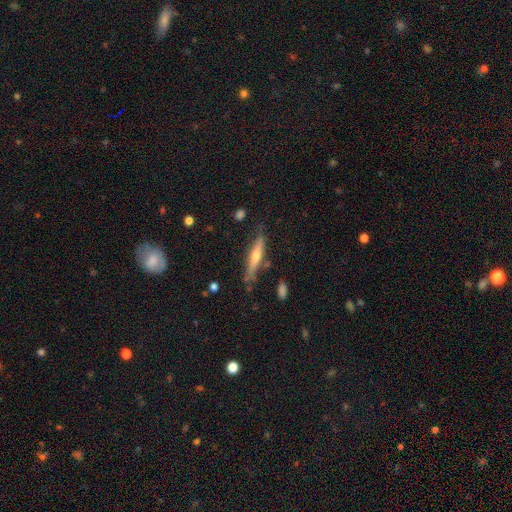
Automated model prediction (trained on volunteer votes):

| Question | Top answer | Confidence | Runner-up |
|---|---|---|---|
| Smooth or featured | featured or disk | 62% | smooth (32%) |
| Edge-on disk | yes | 94% | no (6%) |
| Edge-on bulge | rounded | 88% | none (8%) |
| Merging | none | 77% | minor disturbance (16%) |